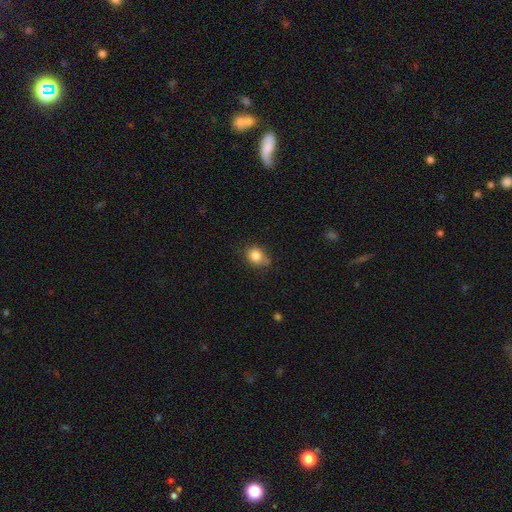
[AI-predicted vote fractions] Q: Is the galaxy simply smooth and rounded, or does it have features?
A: smooth — 83%.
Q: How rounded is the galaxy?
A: round — 53%.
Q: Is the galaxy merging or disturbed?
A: none — 60%.